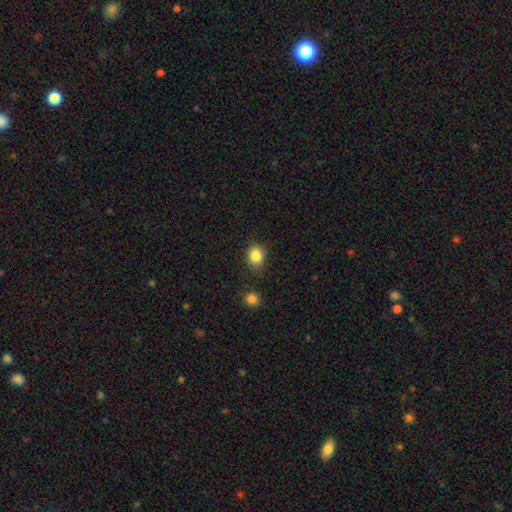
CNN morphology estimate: A smooth galaxy with no disk features (85%) that is round (72%).

Vote fractions:
- Smooth or featured? smooth: 85% / star or artifact: 10% / featured or disk: 4%
- How rounded? round: 72% / in between: 27% / cigar-shaped: 1%
- Merging? none: 81% / minor disturbance: 12% / merger: 4% / major disturbance: 3%